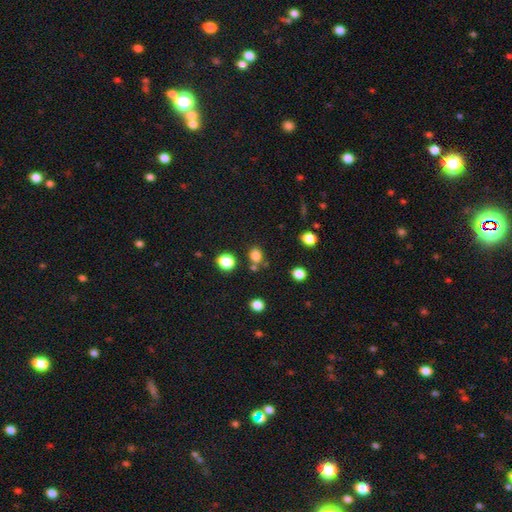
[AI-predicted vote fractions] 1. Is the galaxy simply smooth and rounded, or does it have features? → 80% smooth, 15% star or artifact, 5% featured or disk.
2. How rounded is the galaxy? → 63% round, 36% in between, 1% cigar-shaped.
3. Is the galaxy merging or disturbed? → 70% none, 16% merger, 11% minor disturbance, 4% major disturbance.